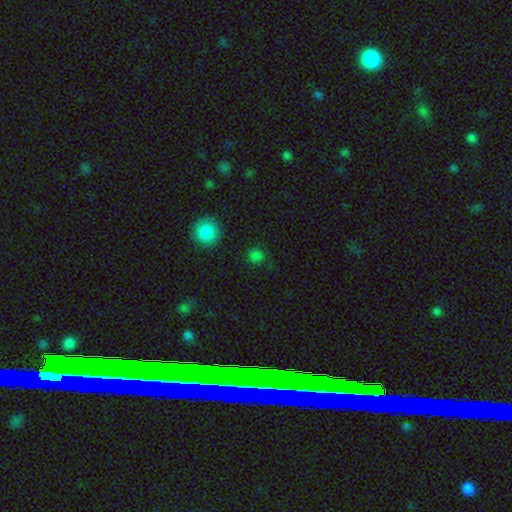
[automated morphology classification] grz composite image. It shows a smooth galaxy with no disk features (74%) that is round (87%). Merging: none (82%).